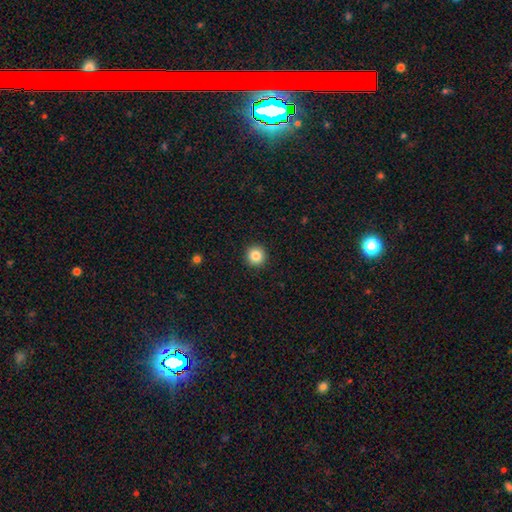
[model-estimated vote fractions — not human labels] smooth_or_featured: smooth (p=0.85) [alt: star or artifact p=0.10]
how_rounded: round (p=0.95) [alt: in between p=0.04]
merging: none (p=0.93) [alt: minor disturbance p=0.04]